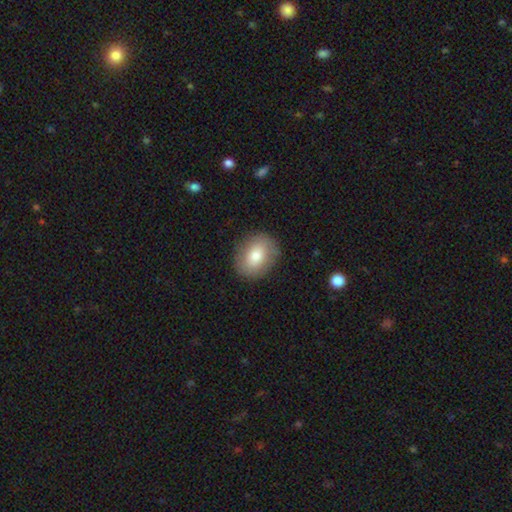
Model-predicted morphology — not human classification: A smooth galaxy with no disk features (75%) that is in between round and cigar-shaped (51%).

Vote fractions:
- Smooth or featured? smooth: 75% / featured or disk: 17% / star or artifact: 8%
- How rounded? in between: 51% / round: 48% / cigar-shaped: 1%
- Merging? none: 86% / minor disturbance: 10% / major disturbance: 3% / merger: 1%